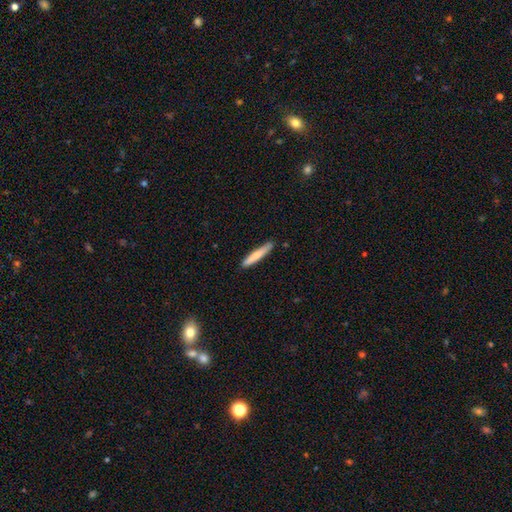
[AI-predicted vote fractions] Q: Smooth or featured?
A: smooth (73%); runner-up: featured or disk (22%)
Q: How rounded?
A: cigar-shaped (93%); runner-up: in between (5%)
Q: Merging?
A: none (85%); runner-up: minor disturbance (11%)